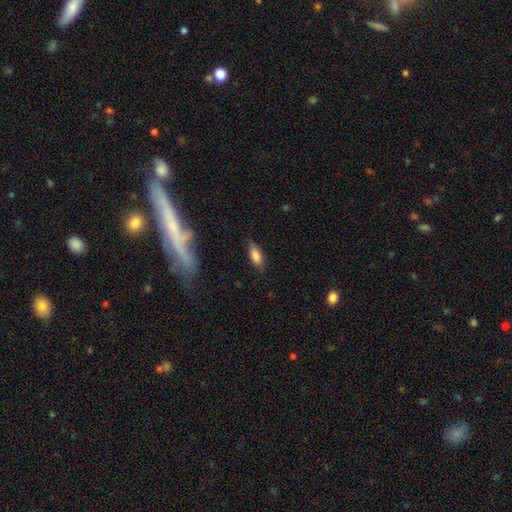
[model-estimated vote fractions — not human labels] smooth 78%, featured or disk 15%, star or artifact 7%. Down the decision tree: how rounded — in between (75%); merging — none (78%).